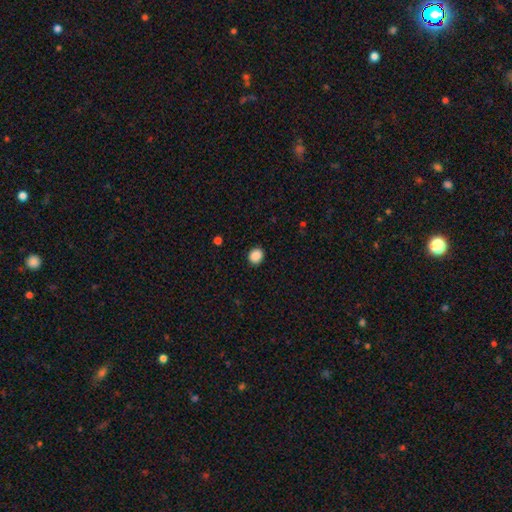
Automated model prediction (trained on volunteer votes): smooth_or_featured: smooth (p=0.88) [alt: star or artifact p=0.09]
how_rounded: round (p=0.71) [alt: in between p=0.28]
merging: none (p=0.89) [alt: minor disturbance p=0.08]